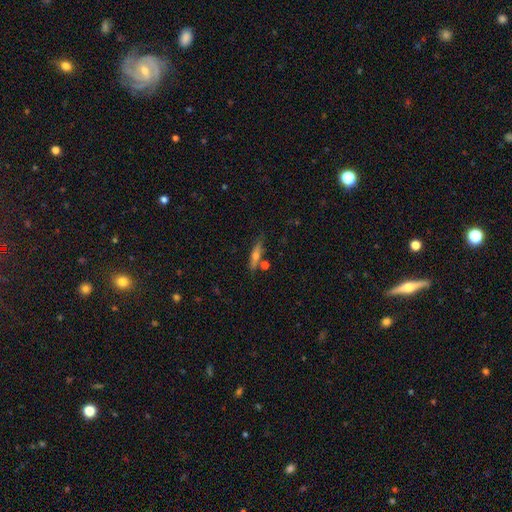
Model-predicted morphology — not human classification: A smooth galaxy with no disk features (49%). Merging: none (76%).